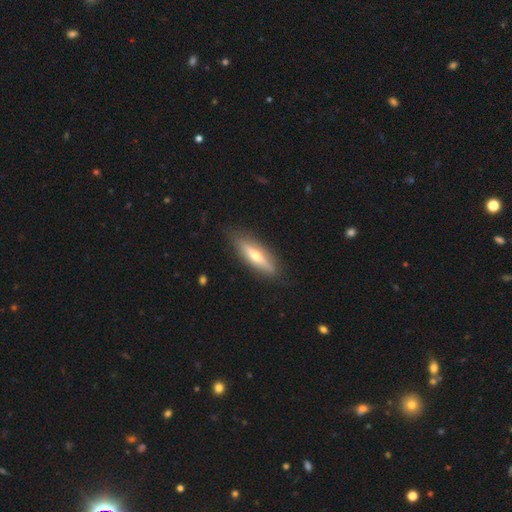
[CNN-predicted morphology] Smooth or featured? featured or disk (55%)
Edge-on disk? yes (85%)
Merging? none (85%)